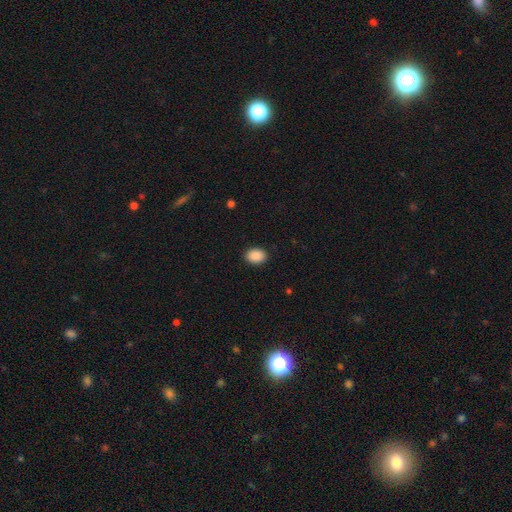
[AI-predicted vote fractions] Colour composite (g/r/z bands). It shows a smooth galaxy with no disk features (90%) that is in between round and cigar-shaped (72%). Merging: none (90%).